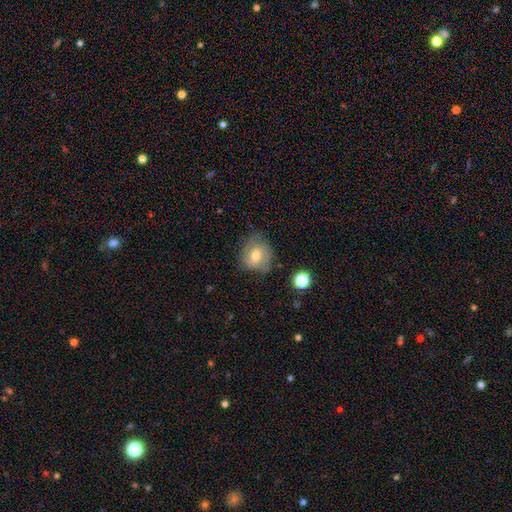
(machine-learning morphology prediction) smooth-or-featured: smooth: 47% | featured or disk: 44% | star or artifact: 9%
  merging: none: 61% | minor disturbance: 27% | major disturbance: 10% | merger: 2%